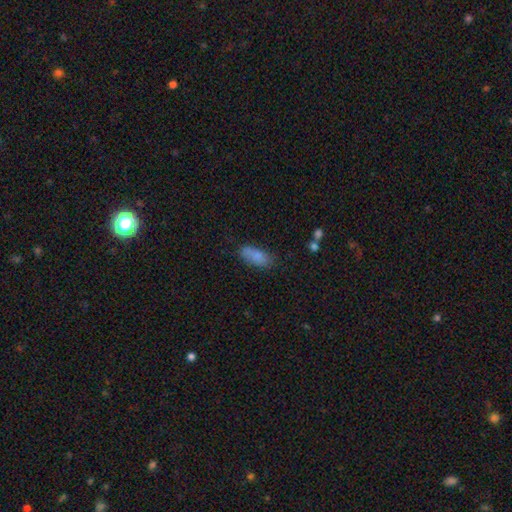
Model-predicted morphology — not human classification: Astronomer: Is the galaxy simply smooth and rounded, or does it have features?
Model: smooth — 81%.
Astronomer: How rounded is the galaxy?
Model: in between — 81%.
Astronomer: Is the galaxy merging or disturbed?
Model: none — 67%.